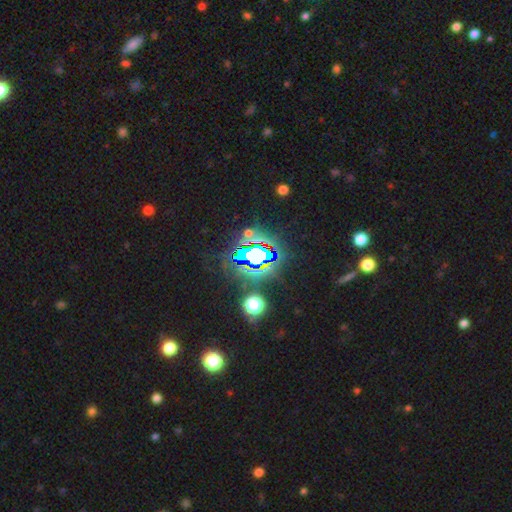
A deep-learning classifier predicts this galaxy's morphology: A star or artifact, not a galaxy (71%).